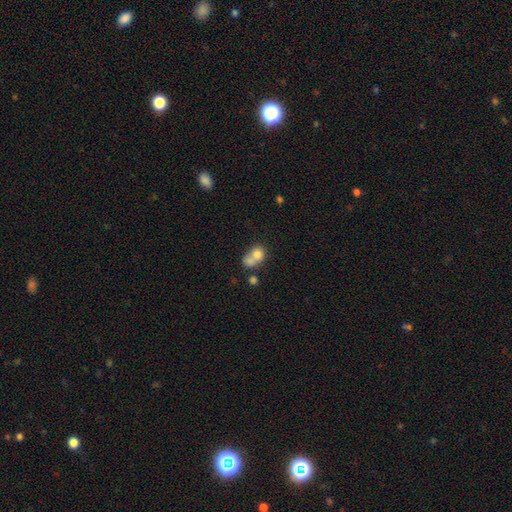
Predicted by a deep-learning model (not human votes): smooth_or_featured: smooth (p=0.74) [alt: featured or disk p=0.16]
how_rounded: round (p=0.57) [alt: in between p=0.42]
merging: merger (p=0.63) [alt: none p=0.22]